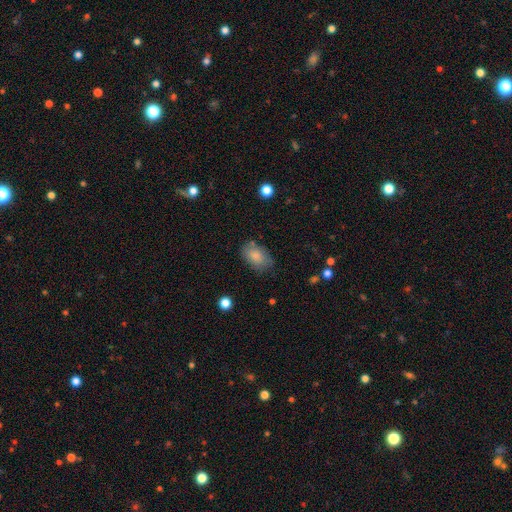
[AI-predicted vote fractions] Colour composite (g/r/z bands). It shows a smooth galaxy with no disk features (84%) that is in between round and cigar-shaped (90%). Merging: none (72%).